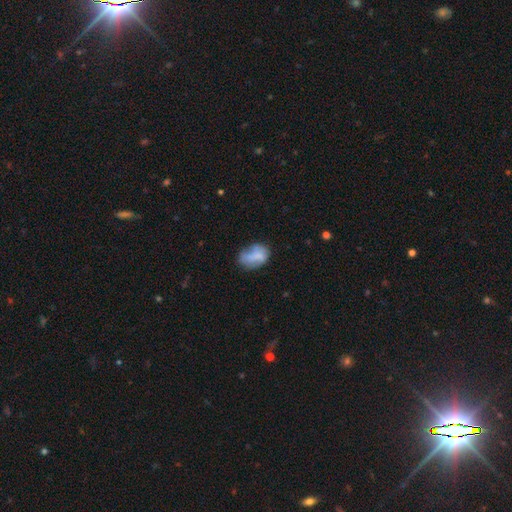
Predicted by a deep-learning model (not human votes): smooth-or-featured: smooth: 65% | featured or disk: 26% | star or artifact: 9%
  how-rounded: in between: 83% | round: 15% | cigar-shaped: 2%
  merging: none: 46% | minor disturbance: 32% | major disturbance: 16% | merger: 6%